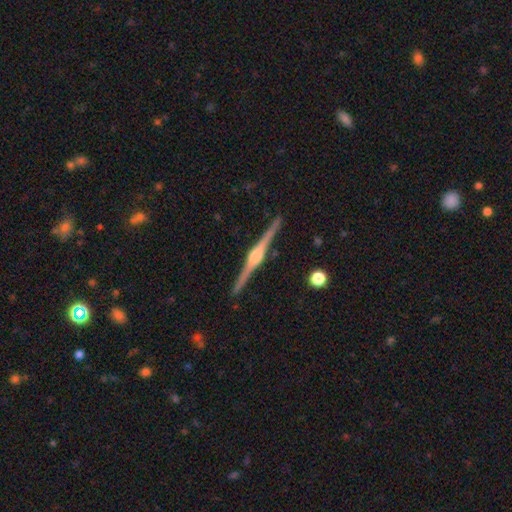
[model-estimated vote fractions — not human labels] Overall: featured or disk (89%). Edge-on disk: yes (99%). Edge-on bulge: rounded (87%). Merging: none (93%).